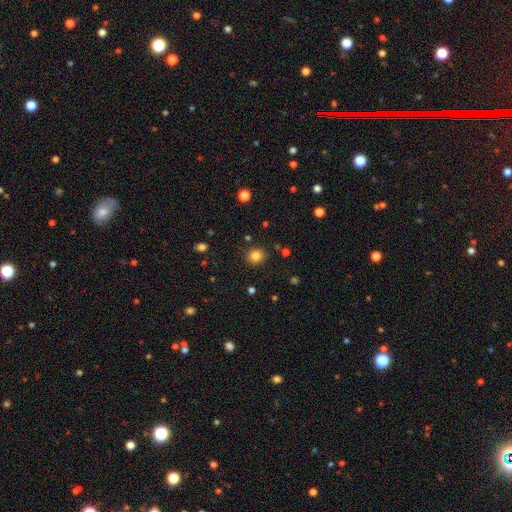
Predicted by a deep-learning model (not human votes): Overall: smooth (82%). How rounded: round (86%). Merging: none (88%).